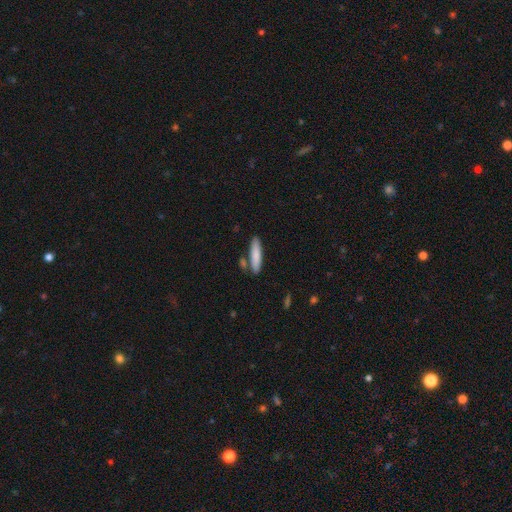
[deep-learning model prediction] Smooth or featured? Predicted: smooth (p=0.82). How rounded? Predicted: cigar-shaped (p=0.79). Merging? Predicted: none (p=0.79).